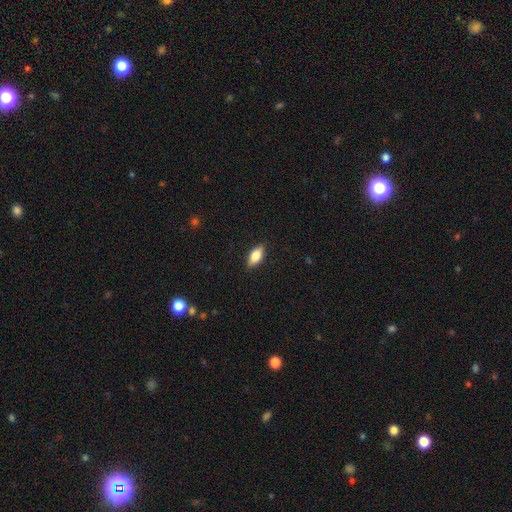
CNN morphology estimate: The model was most divided on "smooth or featured": smooth: 74%, featured or disk: 19%, star or artifact: 7%. More confident: merging — none (87%); how rounded — in between (84%).